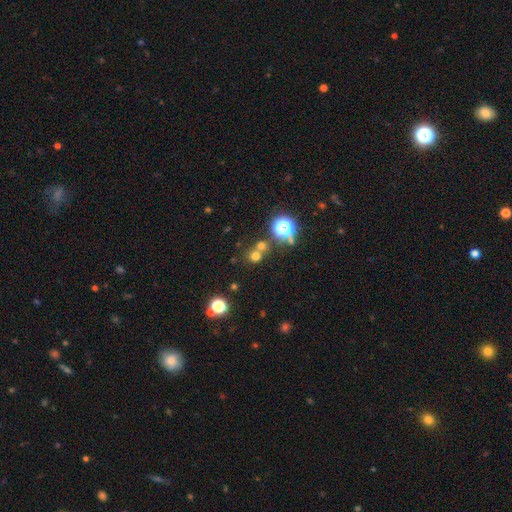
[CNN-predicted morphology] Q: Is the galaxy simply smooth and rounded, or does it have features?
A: smooth — 62%.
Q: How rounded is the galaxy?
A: round — 85%.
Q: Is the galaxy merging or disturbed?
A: none — 54%.